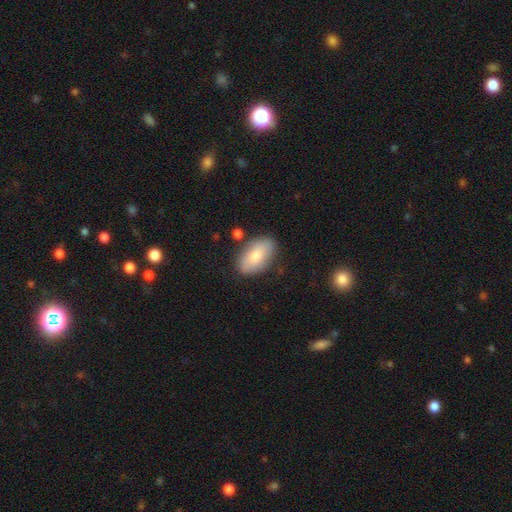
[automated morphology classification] type=smooth (79%); roundness=in between (94%); merging=none (79%).